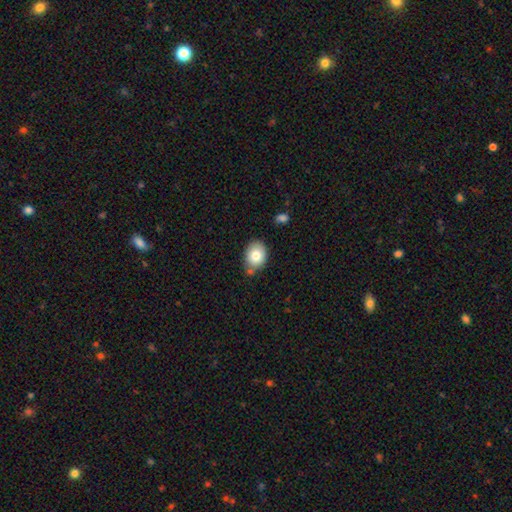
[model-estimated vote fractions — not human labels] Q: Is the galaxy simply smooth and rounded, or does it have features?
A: smooth — 80%.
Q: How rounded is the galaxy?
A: in between — 58%.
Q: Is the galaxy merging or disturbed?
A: none — 69%.